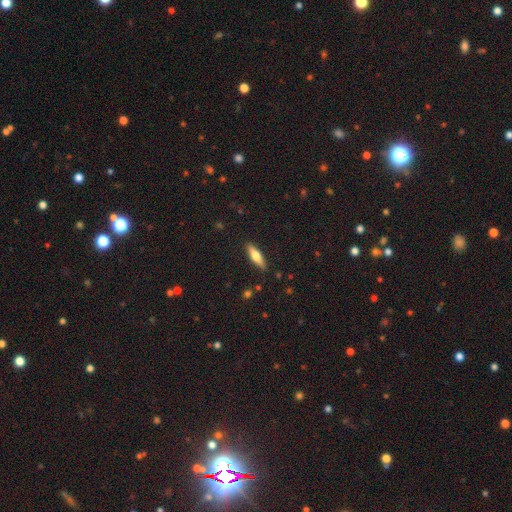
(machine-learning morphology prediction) smooth 58%, featured or disk 36%, star or artifact 6%. Down the decision tree: how rounded — cigar-shaped (61%); merging — none (88%).